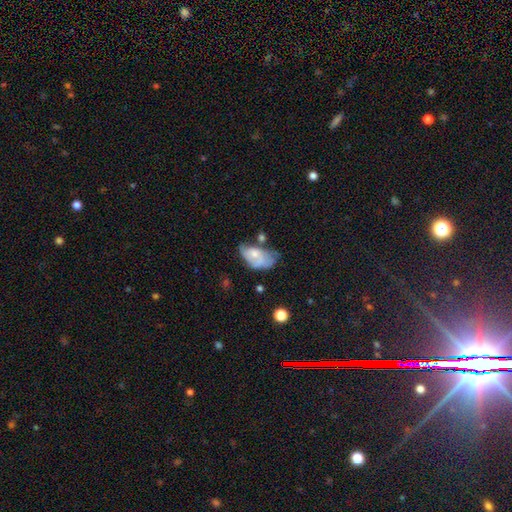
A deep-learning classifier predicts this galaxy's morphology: Smooth or featured?
  - smooth: 51% *
  - featured or disk: 41%
  - star or artifact: 8%
How rounded?
  - in between: 91% *
  - round: 7%
  - cigar-shaped: 2%
Merging?
  - minor disturbance: 31% *
  - major disturbance: 27%
  - none: 23%
  - merger: 18%